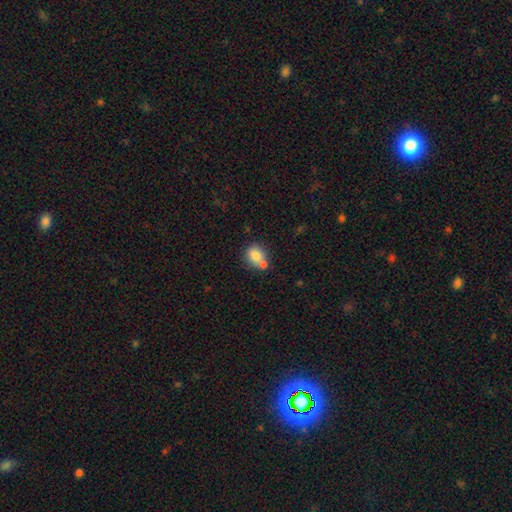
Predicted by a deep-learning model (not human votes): Overall: smooth (80%). How rounded: round (67%; in between 32%). Merging: none (50%; merger 33%).